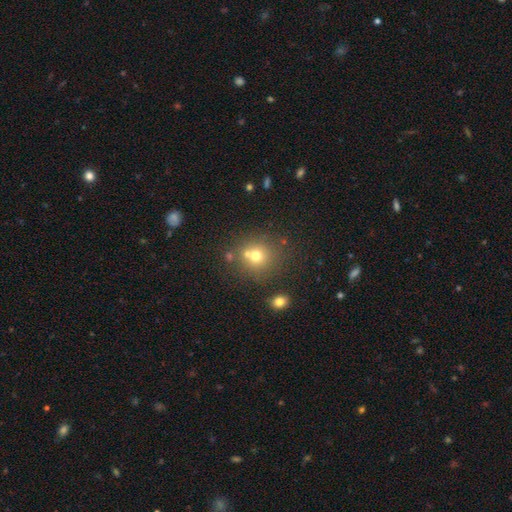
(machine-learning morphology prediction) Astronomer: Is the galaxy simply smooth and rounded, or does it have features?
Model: smooth — 69%.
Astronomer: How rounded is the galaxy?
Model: round — 88%.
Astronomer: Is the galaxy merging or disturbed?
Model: none — 64%.